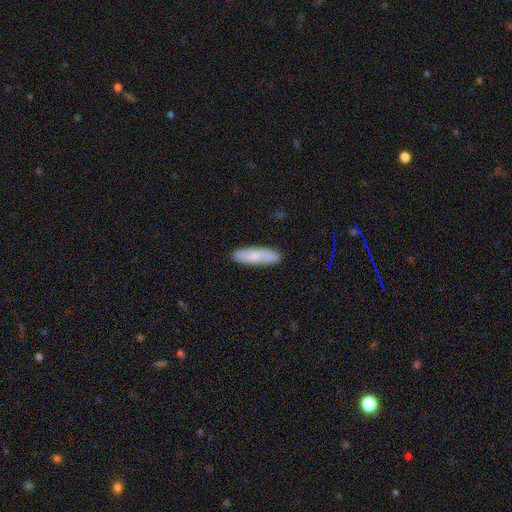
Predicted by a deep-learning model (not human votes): smooth-or-featured: smooth: 72% | featured or disk: 22% | star or artifact: 6%
  how-rounded: cigar-shaped: 63% | in between: 35% | round: 2%
  merging: none: 87% | minor disturbance: 10% | major disturbance: 2% | merger: 1%